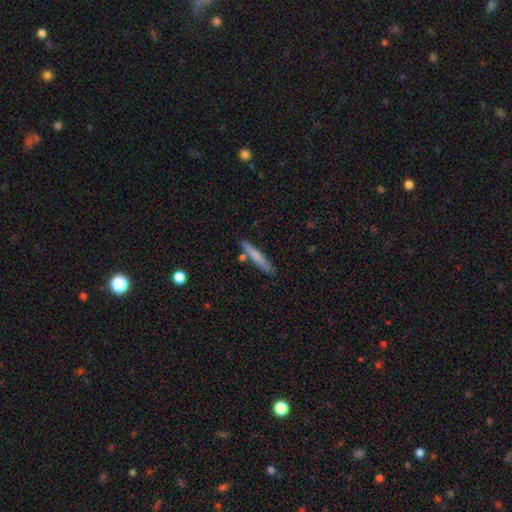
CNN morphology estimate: A smooth galaxy with no disk features (70%) that is cigar-shaped (93%). Merging: none (79%).